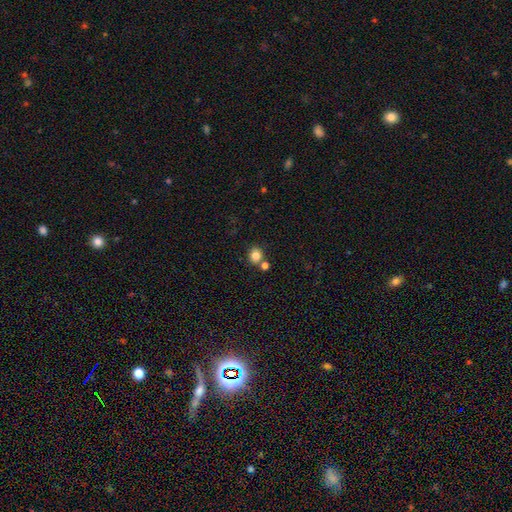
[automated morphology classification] type=smooth (83%); roundness=round (73%); merging=none (70%).